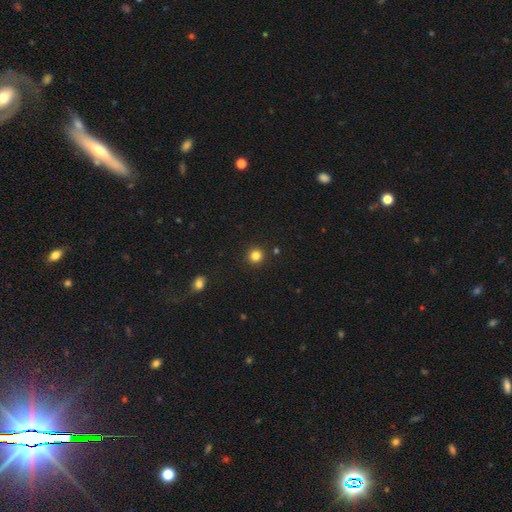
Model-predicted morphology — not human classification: This is clearly a smooth galaxy (83%). How rounded: clearly round (93%). Merging: clearly none (91%).